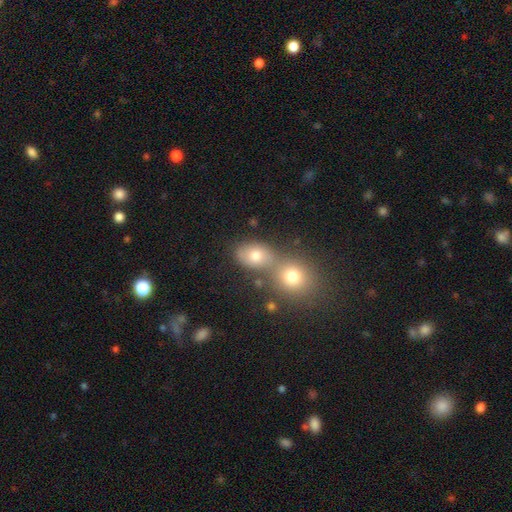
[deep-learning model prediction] Smooth or featured? smooth (72%)
How rounded? in between (55%)
Merging? none (44%)